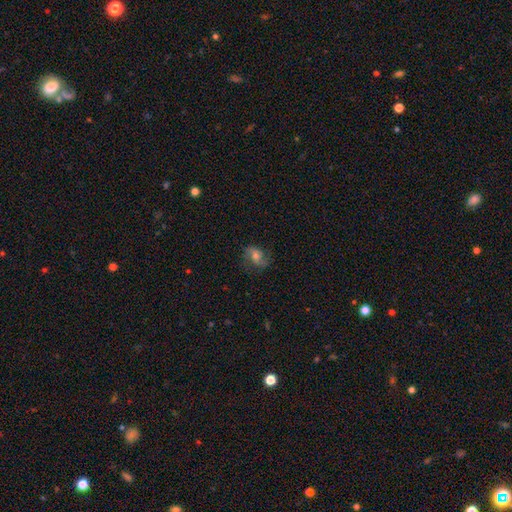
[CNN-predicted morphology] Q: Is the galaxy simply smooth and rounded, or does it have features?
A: featured or disk — 53%.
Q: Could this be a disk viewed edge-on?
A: no — 96%.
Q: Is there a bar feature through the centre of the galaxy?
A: no — 49%.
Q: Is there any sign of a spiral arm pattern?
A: yes — 87%.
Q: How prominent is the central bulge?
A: moderate — 55%.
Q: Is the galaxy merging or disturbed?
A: none — 70%.